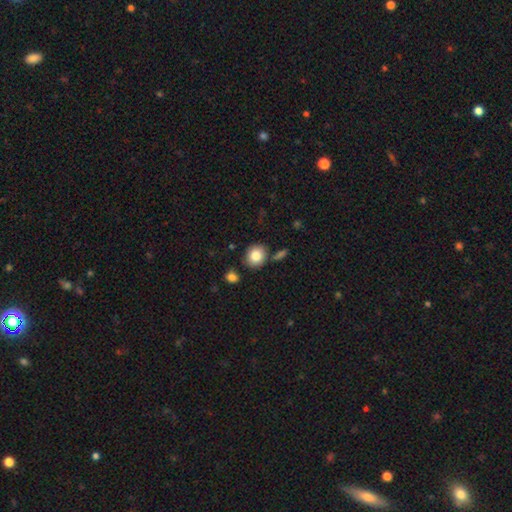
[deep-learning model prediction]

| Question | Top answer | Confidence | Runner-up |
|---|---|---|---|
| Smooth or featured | smooth | 84% | star or artifact (9%) |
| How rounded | round | 76% | in between (23%) |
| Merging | none | 79% | minor disturbance (11%) |